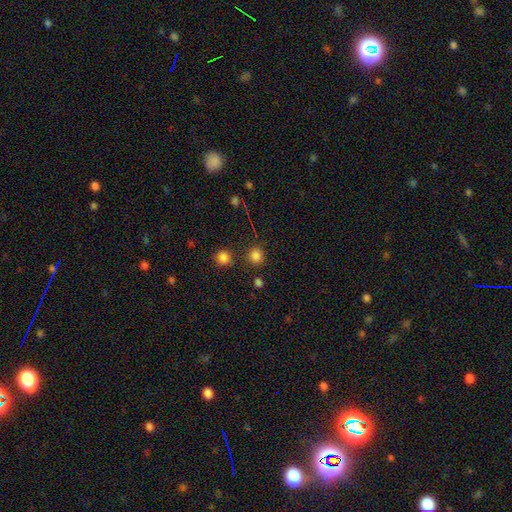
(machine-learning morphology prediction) smooth_or_featured: smooth (p=0.79) [alt: star or artifact p=0.17]
how_rounded: round (p=0.87) [alt: in between p=0.12]
merging: none (p=0.81) [alt: minor disturbance p=0.09]